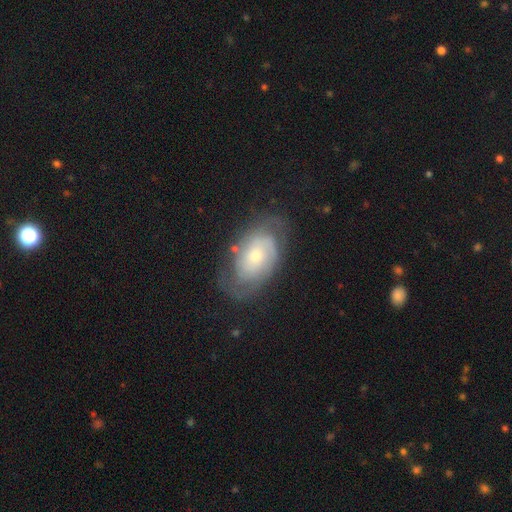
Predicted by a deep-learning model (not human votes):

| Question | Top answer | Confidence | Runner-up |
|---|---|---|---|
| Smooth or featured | featured or disk | 72% | smooth (21%) |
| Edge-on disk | no | 95% | yes (5%) |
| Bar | no | 75% | weak (21%) |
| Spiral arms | yes | 86% | no (14%) |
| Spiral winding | tight | 59% | medium (30%) |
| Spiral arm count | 2 | 41% | can't tell (38%) |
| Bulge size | small | 54% | moderate (41%) |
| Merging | none | 66% | minor disturbance (21%) |